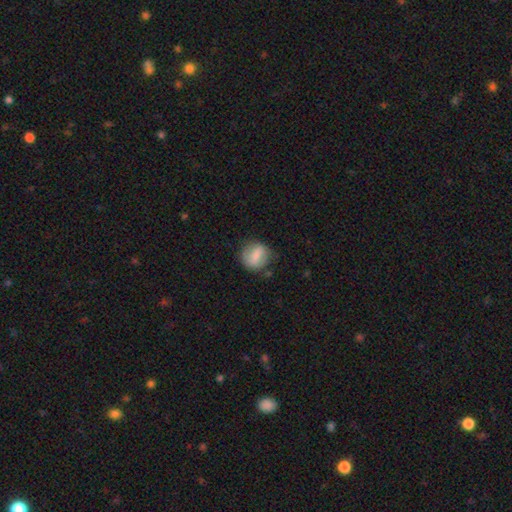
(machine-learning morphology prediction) type=smooth (71%); roundness=round (70%); merging=none (74%).